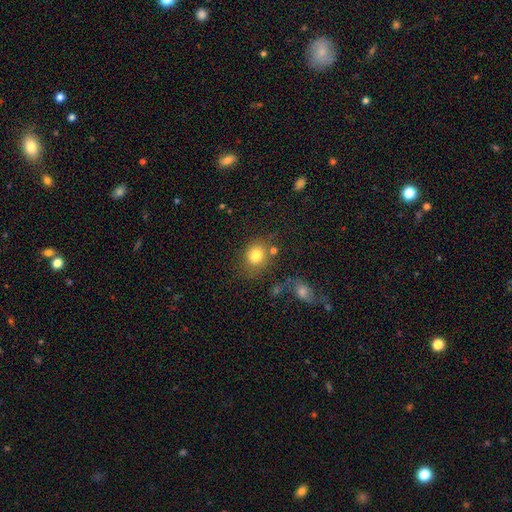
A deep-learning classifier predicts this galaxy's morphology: Smooth or featured: smooth — 80% (star or artifact — 11%)
How rounded: round — 71% (in between — 28%)
Merging: none — 67% (minor disturbance — 15%)